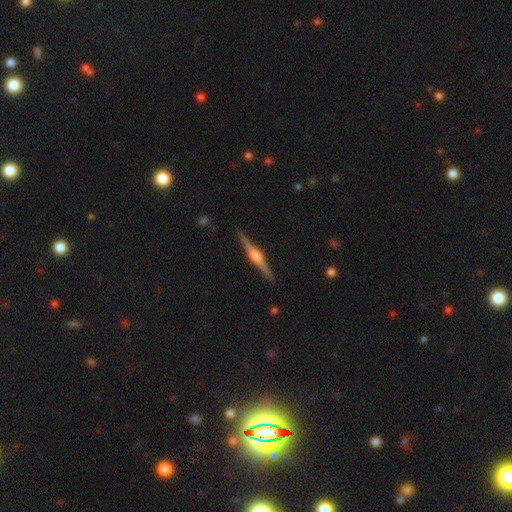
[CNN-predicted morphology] This is clearly a featured or disk galaxy (85%). It is clearly viewed edge-on (99%). Edge-on bulge: clearly rounded (90%). Merging: clearly none (91%).